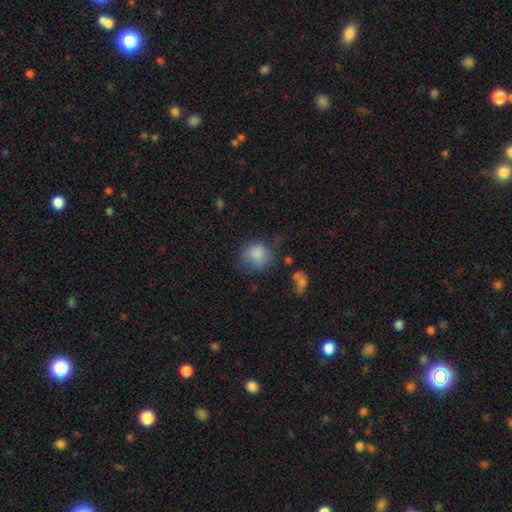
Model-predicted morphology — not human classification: Smooth or featured? Predicted: smooth (p=0.83). How rounded? Predicted: round (p=0.78). Merging? Predicted: none (p=0.59).